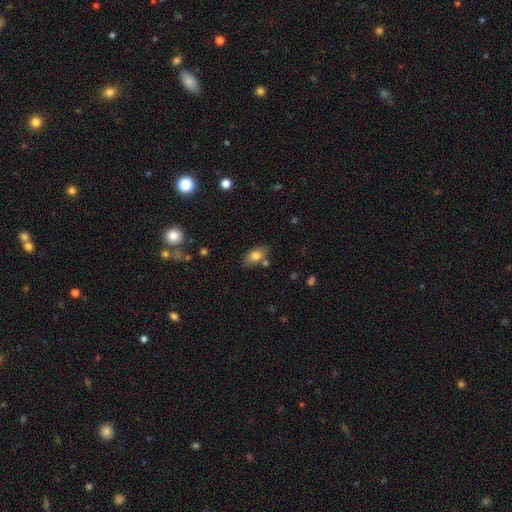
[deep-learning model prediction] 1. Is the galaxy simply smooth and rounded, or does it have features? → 77% smooth, 14% featured or disk, 9% star or artifact.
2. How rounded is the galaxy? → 86% in between, 10% round, 4% cigar-shaped.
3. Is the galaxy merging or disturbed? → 70% none, 15% minor disturbance, 11% merger, 4% major disturbance.